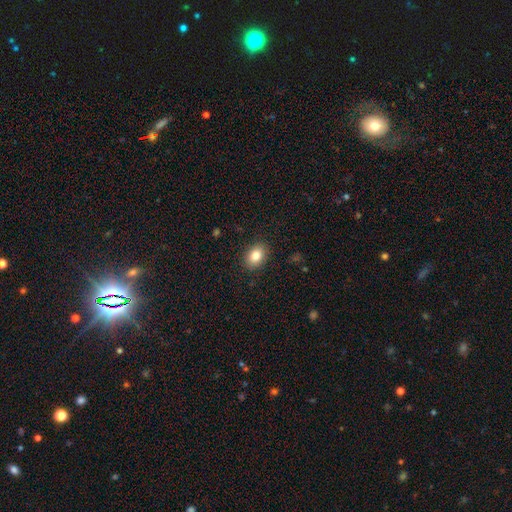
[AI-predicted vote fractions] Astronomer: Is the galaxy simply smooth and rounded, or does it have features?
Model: smooth — 84%.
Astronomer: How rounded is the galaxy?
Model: in between — 77%.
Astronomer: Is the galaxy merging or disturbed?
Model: none — 89%.